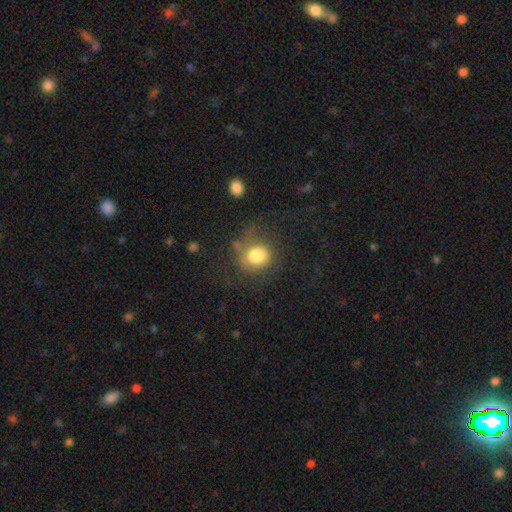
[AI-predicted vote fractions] The model was most divided on "merging": none: 59%, minor disturbance: 21%, major disturbance: 17%, merger: 3%. More confident: smooth or featured — smooth (75%); how rounded — round (70%).